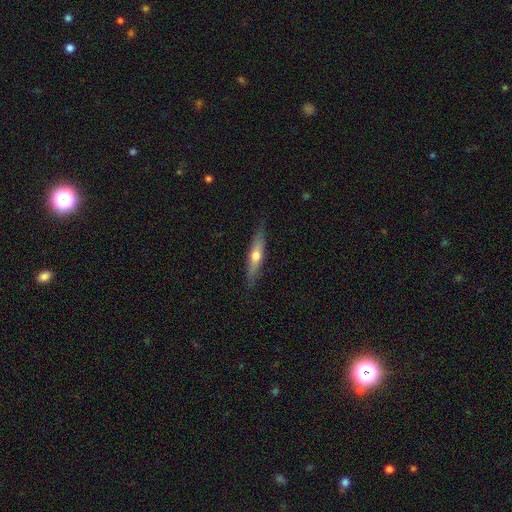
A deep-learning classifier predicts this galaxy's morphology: smooth-or-featured: featured or disk: 47% (tied) | smooth: 47% (tied) | star or artifact: 6%
  merging: none: 83% | minor disturbance: 13% | major disturbance: 3% | merger: 1%